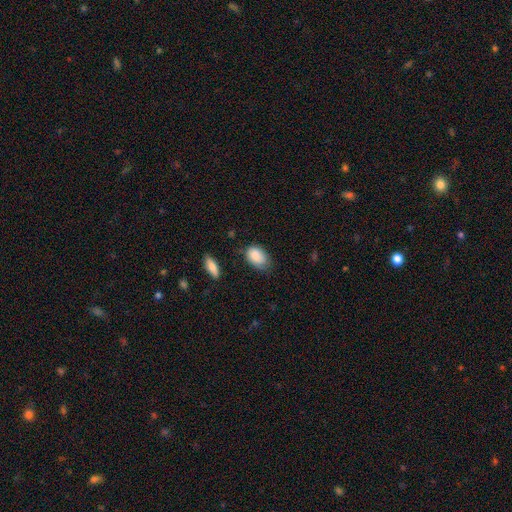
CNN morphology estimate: The model was most divided on "merging": none: 58%, minor disturbance: 33%, major disturbance: 7%, merger: 2%. More confident: how rounded — in between (87%); smooth or featured — smooth (86%).